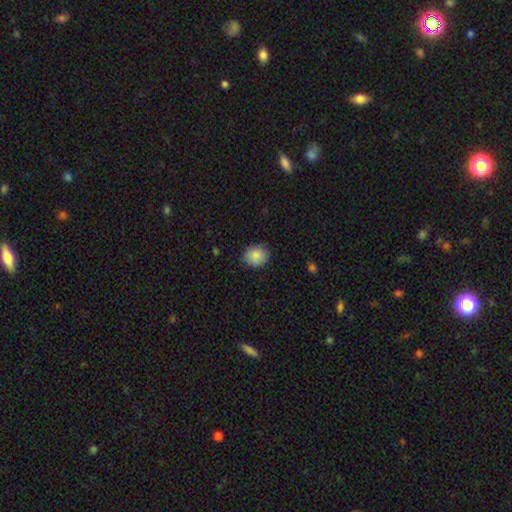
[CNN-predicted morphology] smooth_or_featured: smooth (p=0.87) [alt: star or artifact p=0.08]
how_rounded: round (p=0.69) [alt: in between p=0.30]
merging: none (p=0.83) [alt: minor disturbance p=0.13]